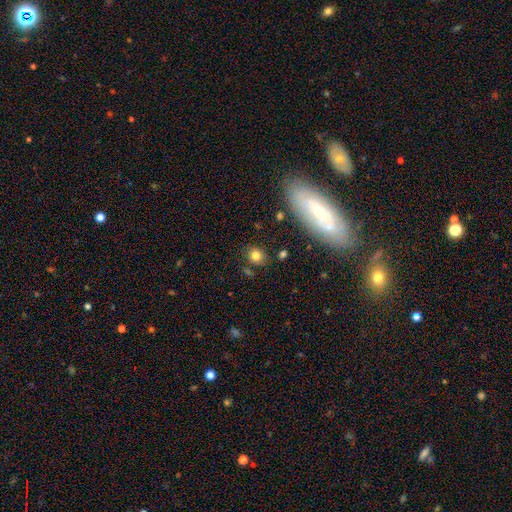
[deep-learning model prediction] This appears to be a smooth galaxy with no disk features (79%) that is round (71%). Merging: none (82%).